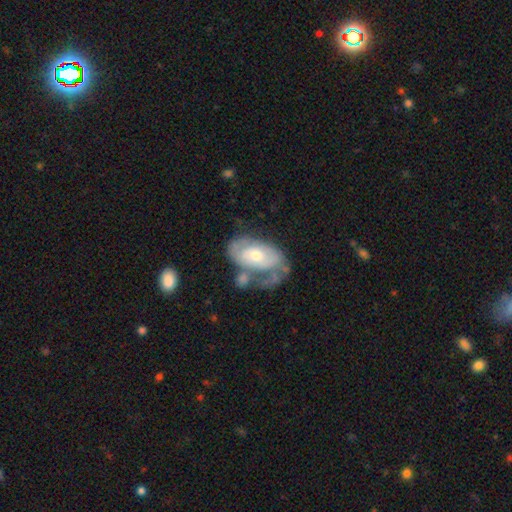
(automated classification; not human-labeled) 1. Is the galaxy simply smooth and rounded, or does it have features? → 70% featured or disk, 25% smooth, 6% star or artifact.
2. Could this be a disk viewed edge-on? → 95% no, 5% yes.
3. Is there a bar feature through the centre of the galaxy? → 71% no, 22% weak, 6% strong.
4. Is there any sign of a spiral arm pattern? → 69% yes, 31% no.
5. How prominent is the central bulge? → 59% moderate, 33% small, 6% large, 1% none, 1% dominant.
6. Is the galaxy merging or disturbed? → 36% none, 24% major disturbance, 23% minor disturbance, 17% merger.